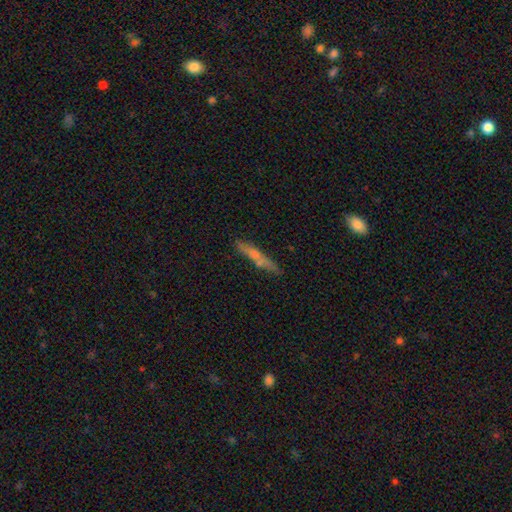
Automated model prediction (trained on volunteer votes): smooth-or-featured: smooth: 57% | featured or disk: 34% | star or artifact: 8%
  how-rounded: cigar-shaped: 92% | in between: 6% | round: 2%
  merging: none: 77% | minor disturbance: 14% | merger: 6% | major disturbance: 4%